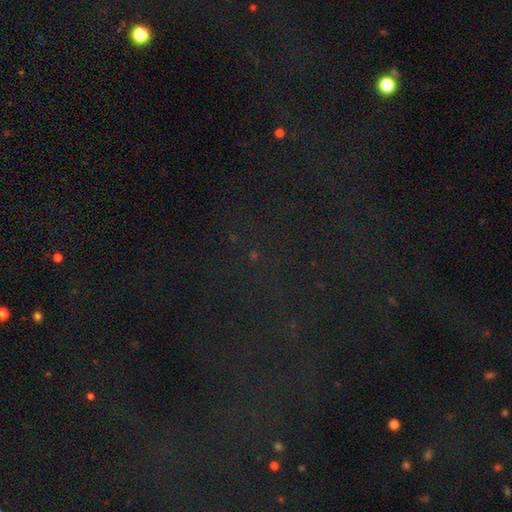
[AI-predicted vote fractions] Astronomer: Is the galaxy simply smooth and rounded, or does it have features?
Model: star or artifact — 78%.